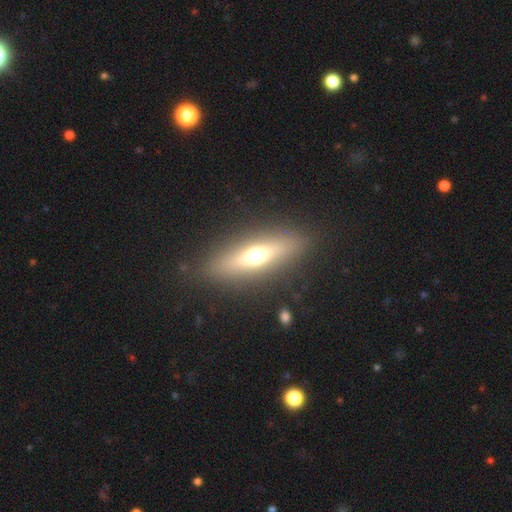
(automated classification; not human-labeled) smooth 47%, featured or disk 44%, star or artifact 9%. Down the decision tree: merging — none (87%).